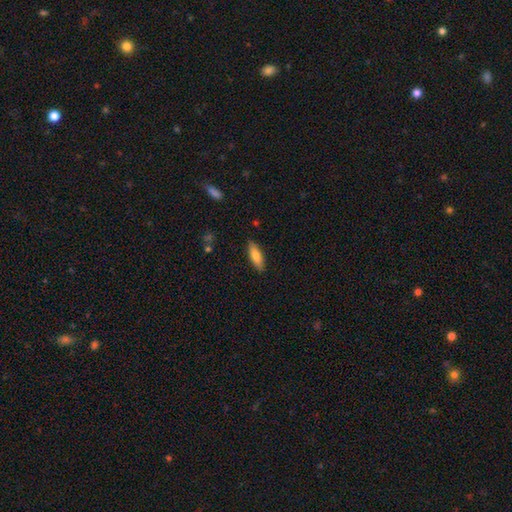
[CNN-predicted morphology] A smooth galaxy with no disk features (79%) that is in between round and cigar-shaped (53%).

Vote fractions:
- Smooth or featured? smooth: 79% / featured or disk: 15% / star or artifact: 6%
- How rounded? in between: 53% / cigar-shaped: 45% / round: 2%
- Merging? none: 86% / minor disturbance: 11% / major disturbance: 2% / merger: 1%